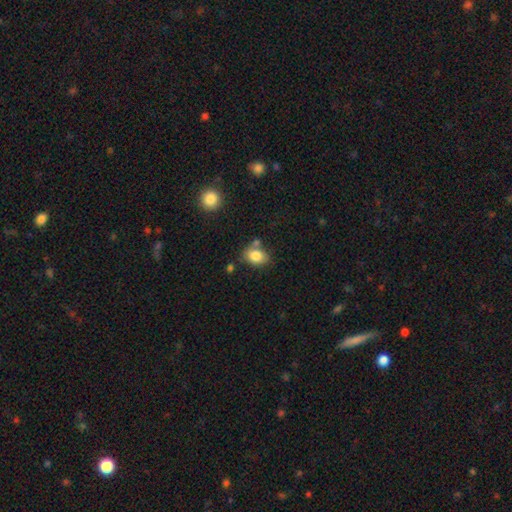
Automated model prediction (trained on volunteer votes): Q: Smooth or featured?
A: smooth (82%); runner-up: featured or disk (9%)
Q: How rounded?
A: in between (72%); runner-up: round (26%)
Q: Merging?
A: none (63%); runner-up: minor disturbance (17%)